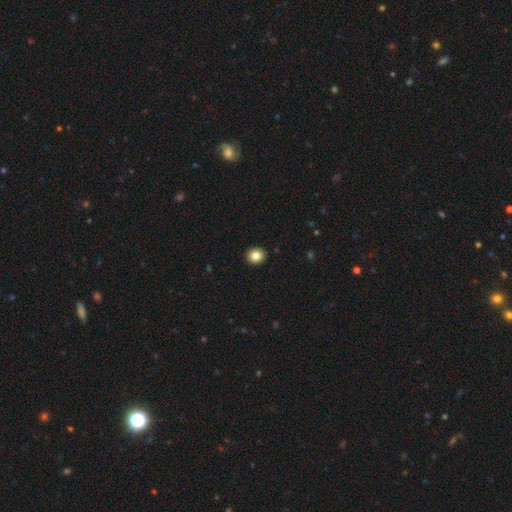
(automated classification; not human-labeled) Smooth or featured?
  - smooth: 84% *
  - star or artifact: 10%
  - featured or disk: 6%
How rounded?
  - round: 79% *
  - in between: 20%
  - cigar-shaped: 1%
Merging?
  - none: 92% *
  - minor disturbance: 5%
  - major disturbance: 1%
  - merger: 1%